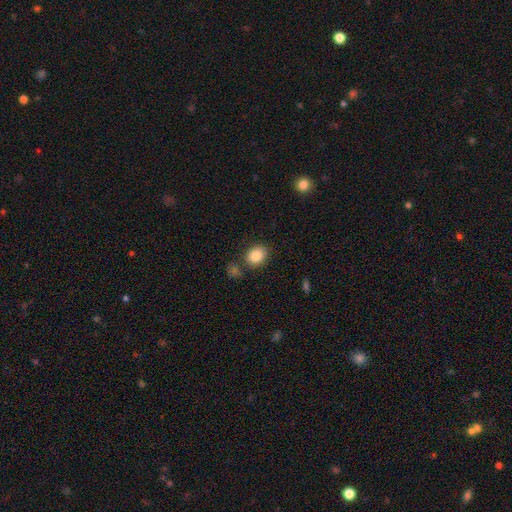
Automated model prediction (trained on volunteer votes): The model was most divided on "how rounded": in between: 57%, round: 42%, cigar-shaped: 1%. More confident: smooth or featured — smooth (86%); merging — none (77%).